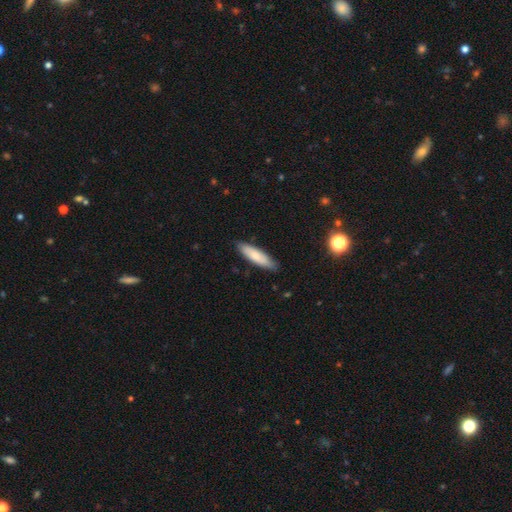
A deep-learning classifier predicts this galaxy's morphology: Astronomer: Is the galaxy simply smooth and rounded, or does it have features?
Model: smooth — 75%.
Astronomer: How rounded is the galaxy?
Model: cigar-shaped — 65%.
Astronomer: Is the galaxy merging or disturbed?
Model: none — 84%.